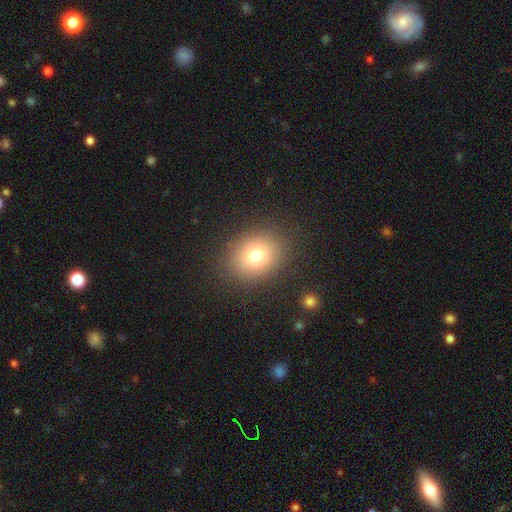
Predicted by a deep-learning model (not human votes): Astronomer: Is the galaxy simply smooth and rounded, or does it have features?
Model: smooth — 75%.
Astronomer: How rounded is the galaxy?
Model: round — 64%.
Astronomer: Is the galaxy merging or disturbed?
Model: none — 87%.